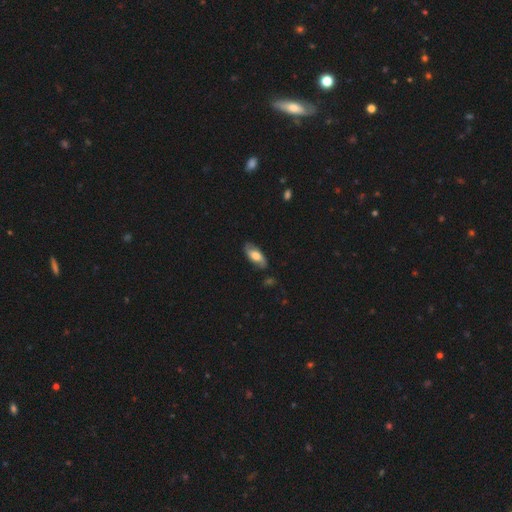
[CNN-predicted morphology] This appears to be a smooth galaxy with no disk features (49%). Merging: none (79%).